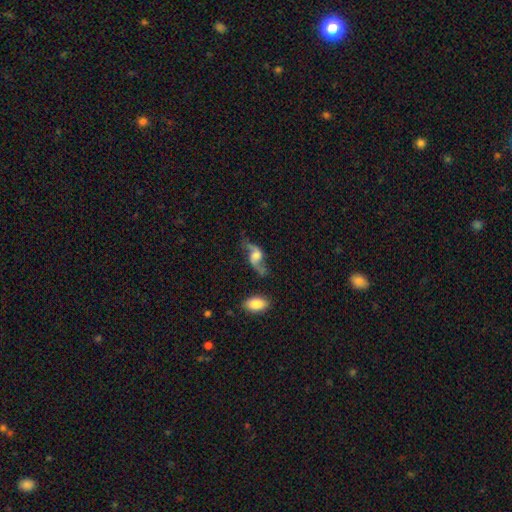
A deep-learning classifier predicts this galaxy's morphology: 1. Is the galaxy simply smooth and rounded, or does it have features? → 80% featured or disk, 13% smooth, 7% star or artifact.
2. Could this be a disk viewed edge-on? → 93% no, 7% yes.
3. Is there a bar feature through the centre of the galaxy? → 49% no, 39% weak, 11% strong.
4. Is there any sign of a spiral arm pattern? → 93% yes, 7% no.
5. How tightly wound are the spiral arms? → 86% loose, 11% medium, 3% tight.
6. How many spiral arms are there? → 92% 2, 3% 1, 2% can't tell, 1% 3, 1% 4, 1% more than 4.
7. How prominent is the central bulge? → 33% moderate, 23% small, 21% large, 20% none, 3% dominant.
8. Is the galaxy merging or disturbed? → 59% none, 19% minor disturbance, 15% major disturbance, 8% merger.